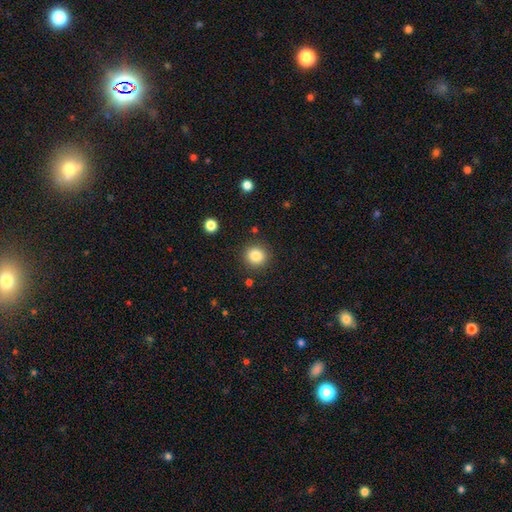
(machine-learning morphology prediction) A smooth galaxy with no disk features (85%) that is round (90%). Merging: none (89%).